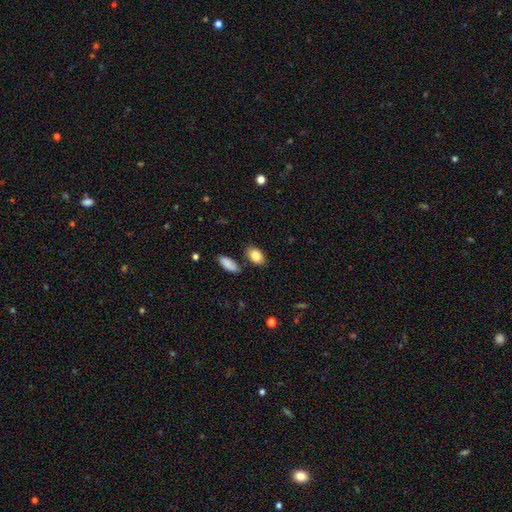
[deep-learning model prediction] The model was most divided on "merging": none: 79%, minor disturbance: 12%, merger: 7%, major disturbance: 3%. More confident: how rounded — in between (88%); smooth or featured — smooth (85%).